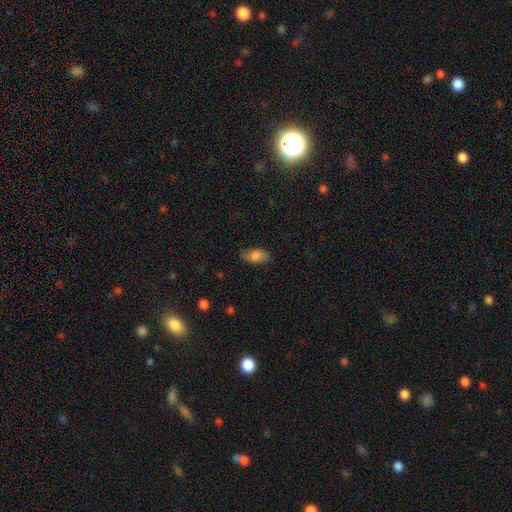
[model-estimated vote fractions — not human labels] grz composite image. It shows a smooth galaxy with no disk features (71%) that is in between round and cigar-shaped (90%). Merging: none (72%).